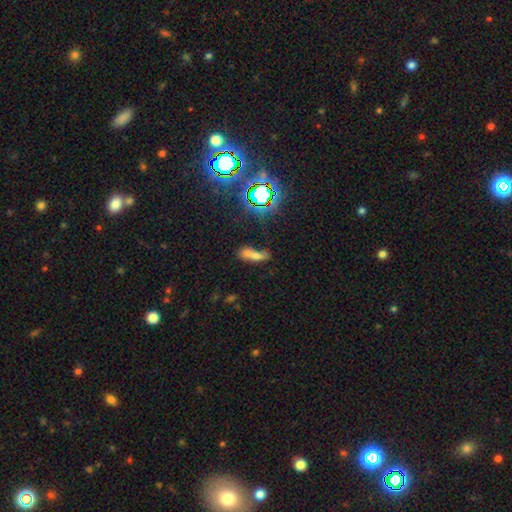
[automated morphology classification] This is possibly a smooth galaxy (58%). How rounded: possibly in between (51%). Merging: possibly merger (51%).